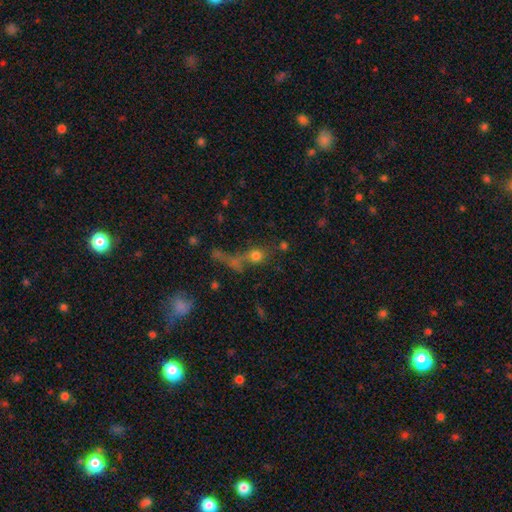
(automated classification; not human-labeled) This is likely a smooth galaxy (67%). How rounded: likely round (77%). Merging: possibly none (48%).